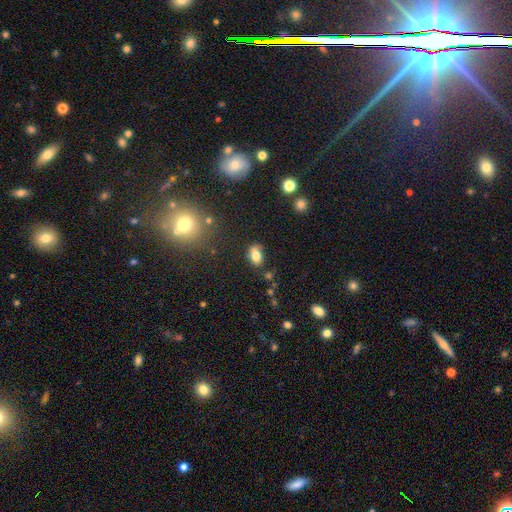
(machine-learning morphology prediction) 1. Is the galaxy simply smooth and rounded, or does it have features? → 76% smooth, 13% featured or disk, 11% star or artifact.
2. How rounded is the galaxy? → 83% in between, 15% round, 2% cigar-shaped.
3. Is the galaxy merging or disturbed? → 64% none, 19% minor disturbance, 11% merger, 5% major disturbance.